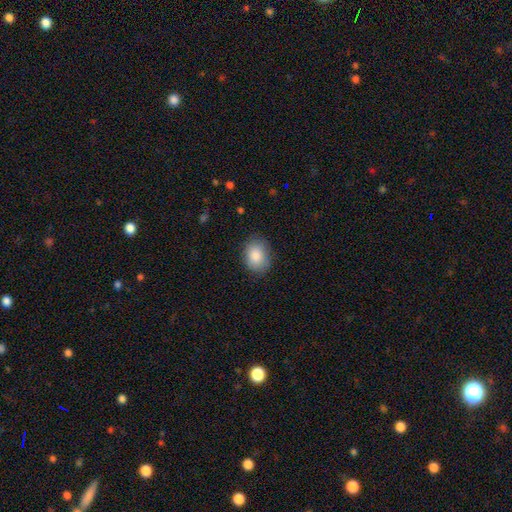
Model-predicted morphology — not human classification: smooth-or-featured: smooth: 87% | star or artifact: 7% | featured or disk: 6%
  how-rounded: in between: 68% | round: 31% | cigar-shaped: 1%
  merging: none: 82% | minor disturbance: 13% | major disturbance: 3% | merger: 1%